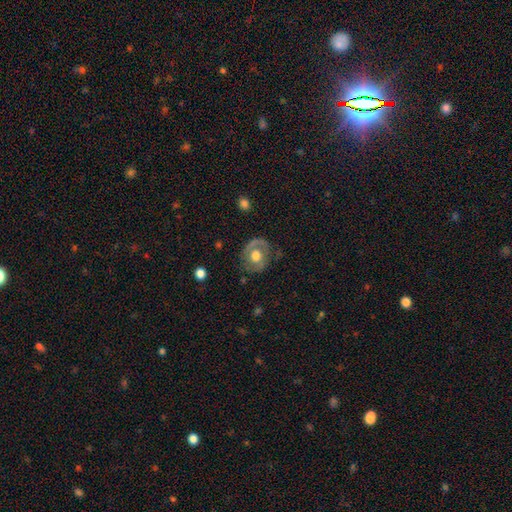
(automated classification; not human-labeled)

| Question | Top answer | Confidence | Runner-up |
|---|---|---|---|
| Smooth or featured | featured or disk | 53% | smooth (40%) |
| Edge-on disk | no | 96% | yes (4%) |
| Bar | no | 76% | weak (20%) |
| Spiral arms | no | 50% | tied: yes (50%) |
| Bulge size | moderate | 58% | large (33%) |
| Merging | none | 71% | minor disturbance (18%) |